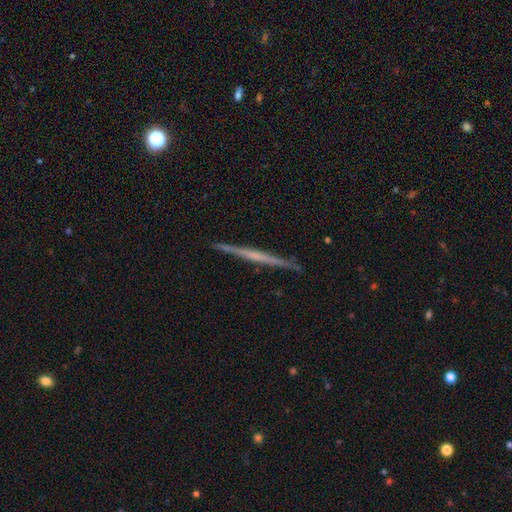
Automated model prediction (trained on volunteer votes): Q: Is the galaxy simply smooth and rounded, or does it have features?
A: featured or disk — 69%.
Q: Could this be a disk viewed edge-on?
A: yes — 98%.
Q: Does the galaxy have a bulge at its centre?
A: none — 75%.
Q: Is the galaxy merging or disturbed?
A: none — 92%.